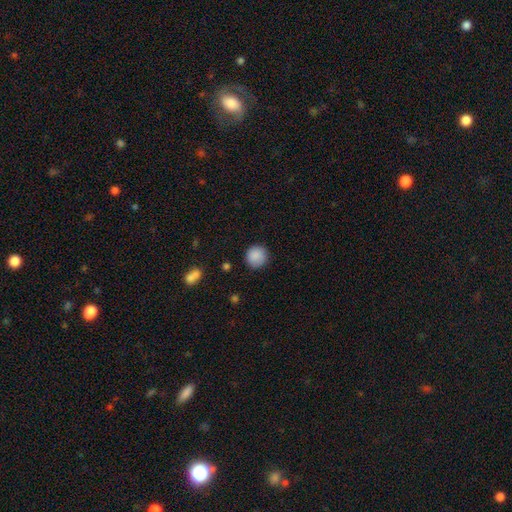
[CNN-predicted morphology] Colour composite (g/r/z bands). It shows a smooth galaxy with no disk features (88%) that is round (92%). Merging: none (87%).